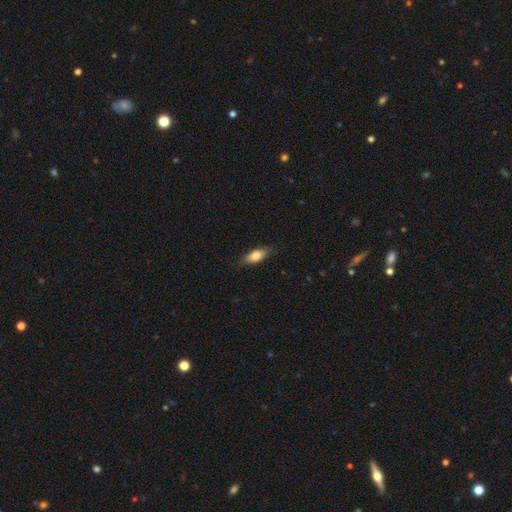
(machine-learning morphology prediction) This appears to be a smooth galaxy with no disk features (77%) that is in between round and cigar-shaped (79%). Merging: none (83%).